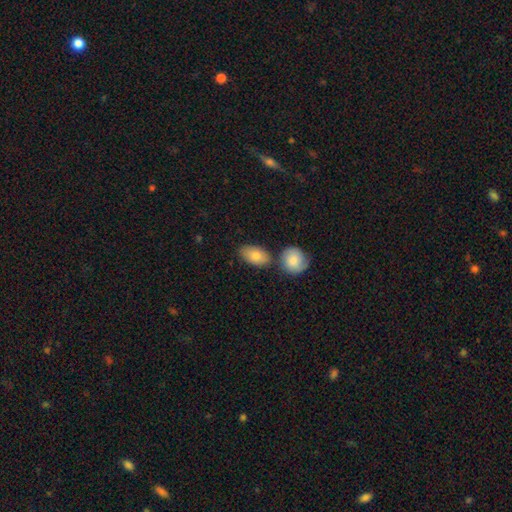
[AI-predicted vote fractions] smooth-or-featured: smooth: 82% | featured or disk: 12% | star or artifact: 6%
  how-rounded: in between: 89% | round: 9% | cigar-shaped: 2%
  merging: none: 64% | merger: 18% | minor disturbance: 14% | major disturbance: 3%